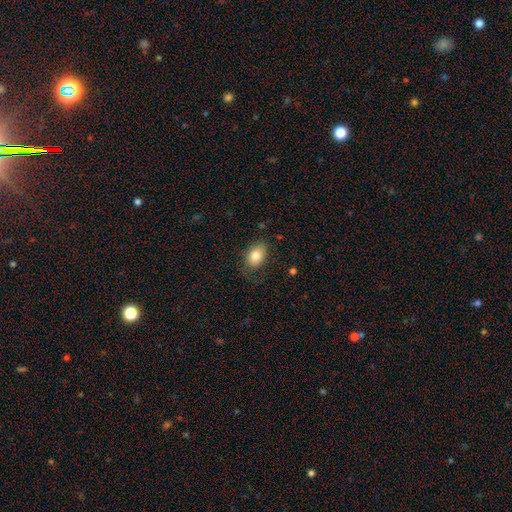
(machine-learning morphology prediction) The model was most divided on "merging": none: 73%, minor disturbance: 19%, major disturbance: 7%, merger: 1%. More confident: smooth or featured — smooth (81%); how rounded — in between (81%).